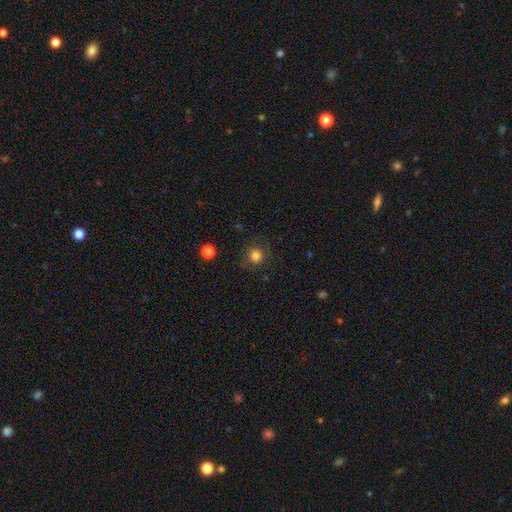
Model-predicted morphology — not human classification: smooth_or_featured: smooth (p=0.82) [alt: star or artifact p=0.12]
how_rounded: round (p=0.91) [alt: in between p=0.08]
merging: none (p=0.83) [alt: minor disturbance p=0.11]